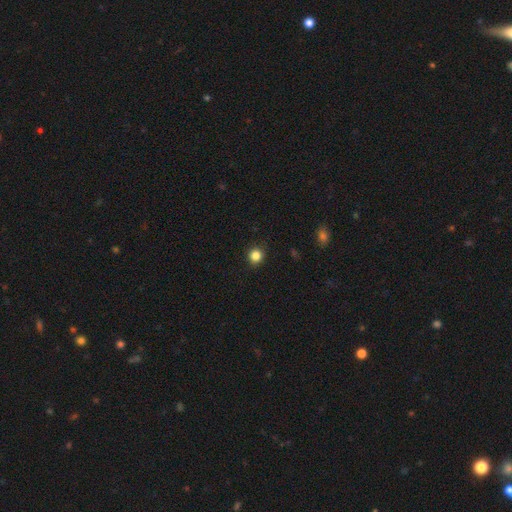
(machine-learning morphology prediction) This is clearly a smooth galaxy (85%). How rounded: clearly round (91%). Merging: clearly none (91%).